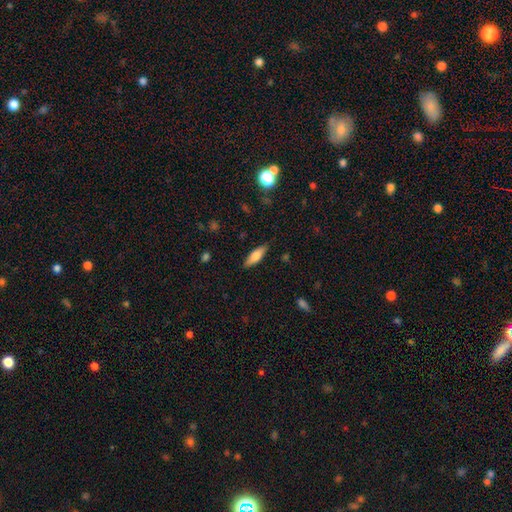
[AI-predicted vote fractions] smooth 68%, featured or disk 25%, star or artifact 7%. Down the decision tree: how rounded — in between (54%); merging — none (86%).